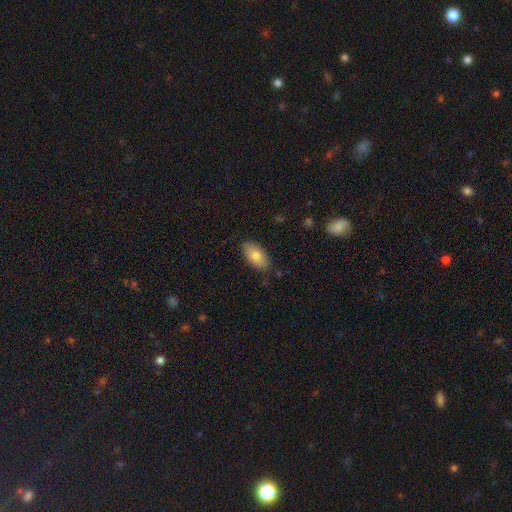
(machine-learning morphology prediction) smooth_or_featured: smooth (p=0.82) [alt: featured or disk p=0.12]
how_rounded: in between (p=0.93) [alt: cigar-shaped p=0.04]
merging: none (p=0.82) [alt: minor disturbance p=0.14]